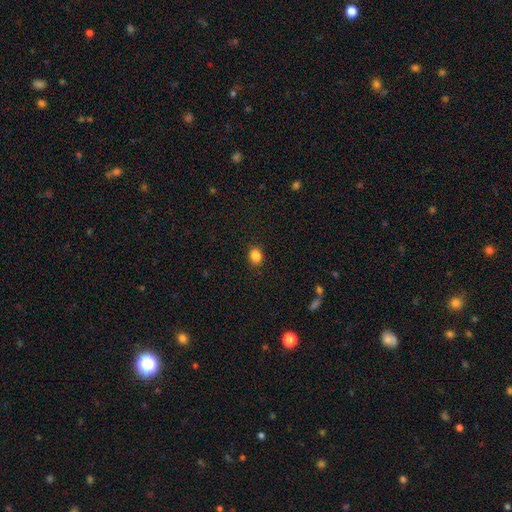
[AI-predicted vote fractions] This is clearly a smooth galaxy (85%). How rounded: possibly round (60%). Merging: clearly none (89%).